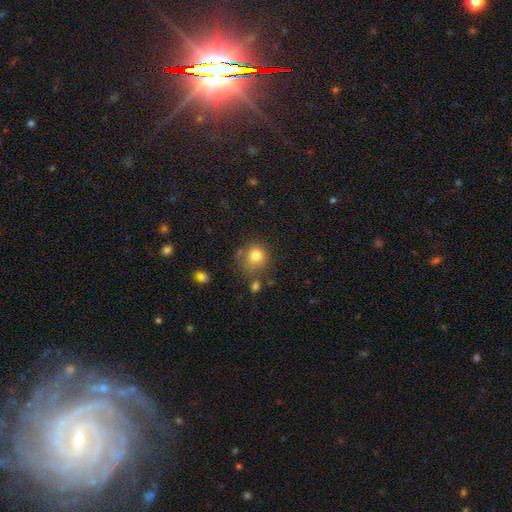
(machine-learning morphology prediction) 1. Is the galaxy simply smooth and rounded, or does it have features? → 80% smooth, 12% star or artifact, 9% featured or disk.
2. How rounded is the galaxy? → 81% round, 18% in between, 1% cigar-shaped.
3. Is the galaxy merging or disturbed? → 64% none, 19% minor disturbance, 10% merger, 7% major disturbance.